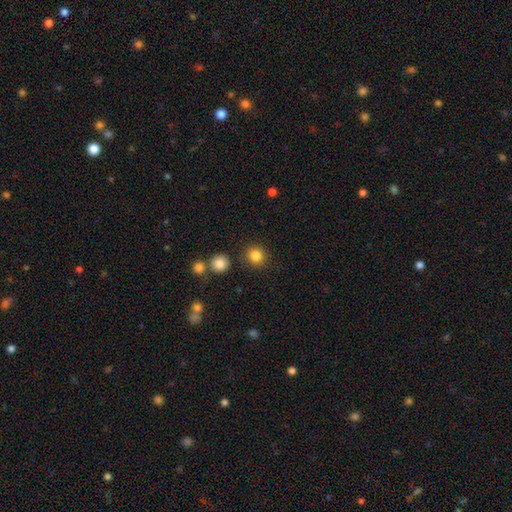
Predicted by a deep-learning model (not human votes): This is clearly a smooth galaxy (84%). How rounded: clearly round (92%). Merging: clearly none (87%).